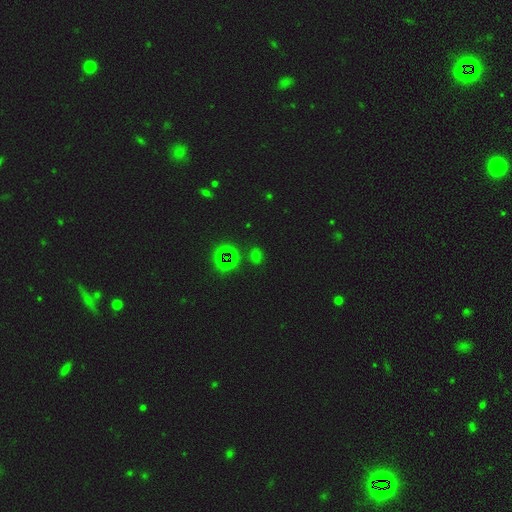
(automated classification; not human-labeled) Smooth or featured?
  - star or artifact: 48% *
  - smooth: 46%
  - featured or disk: 7%